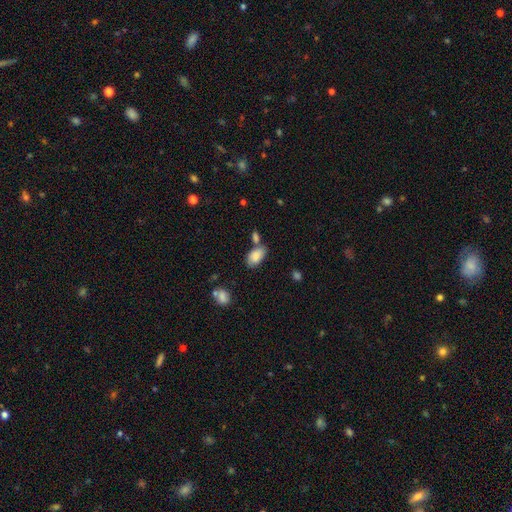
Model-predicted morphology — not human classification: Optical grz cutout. It shows a smooth galaxy with no disk features (85%) that is in between round and cigar-shaped (93%). Merging: none (52%).